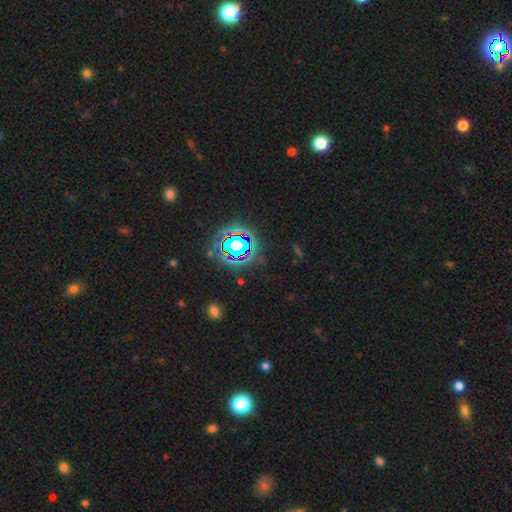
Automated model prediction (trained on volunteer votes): Q: Smooth or featured?
A: star or artifact (78%); runner-up: smooth (13%)